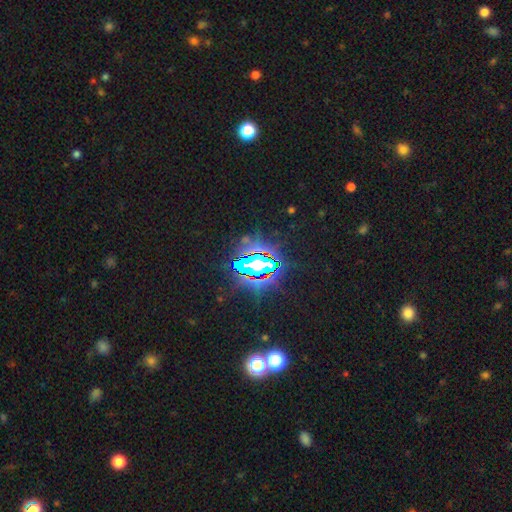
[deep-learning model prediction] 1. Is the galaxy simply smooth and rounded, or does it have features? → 83% star or artifact, 10% smooth, 7% featured or disk.